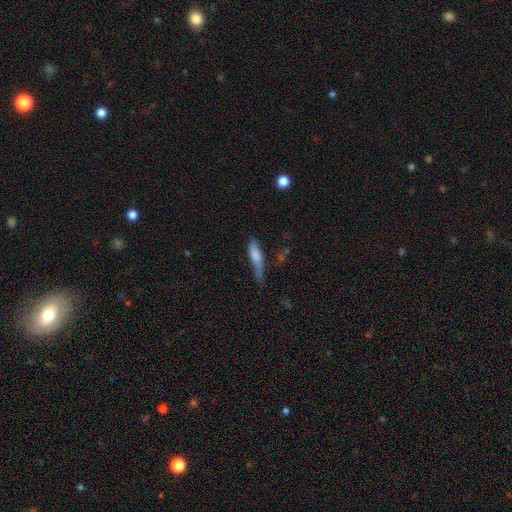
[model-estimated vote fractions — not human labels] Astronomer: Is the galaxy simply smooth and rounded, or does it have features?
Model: smooth — 70%.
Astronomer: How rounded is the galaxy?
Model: cigar-shaped — 76%.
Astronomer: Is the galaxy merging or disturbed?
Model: none — 42% (runner-up: minor disturbance, 37%).